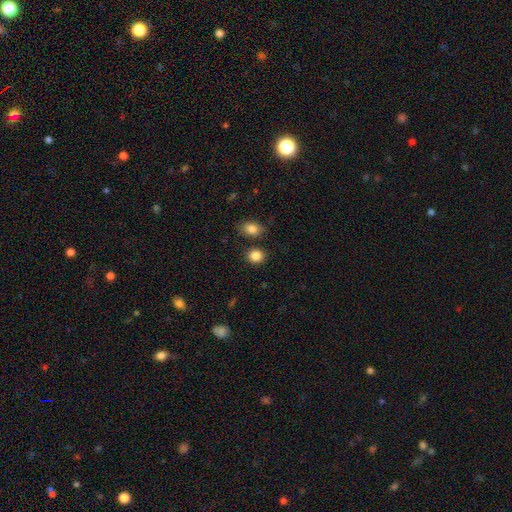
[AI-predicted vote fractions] Morphology: type=smooth (86%); roundness=round (68%); merging=none (81%).